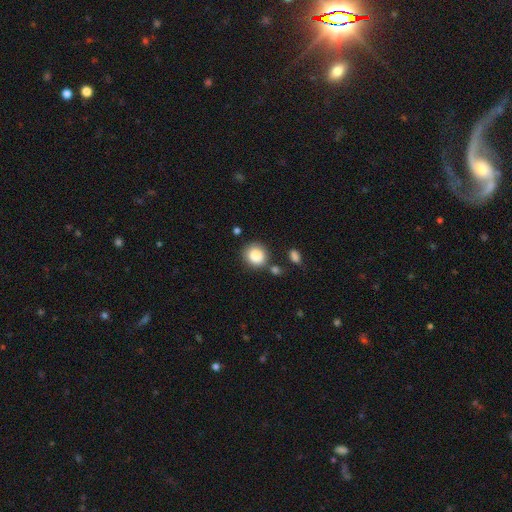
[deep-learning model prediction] Q: Smooth or featured?
A: smooth (85%); runner-up: star or artifact (9%)
Q: How rounded?
A: round (87%); runner-up: in between (12%)
Q: Merging?
A: none (76%); runner-up: minor disturbance (12%)